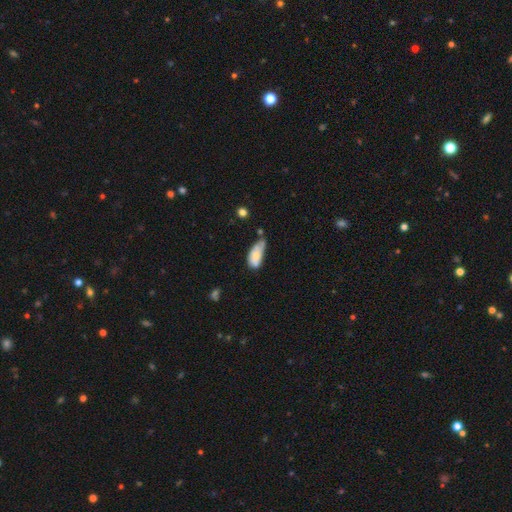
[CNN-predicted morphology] type=smooth (71%); roundness=in between (85%); merging=minor disturbance (41%).